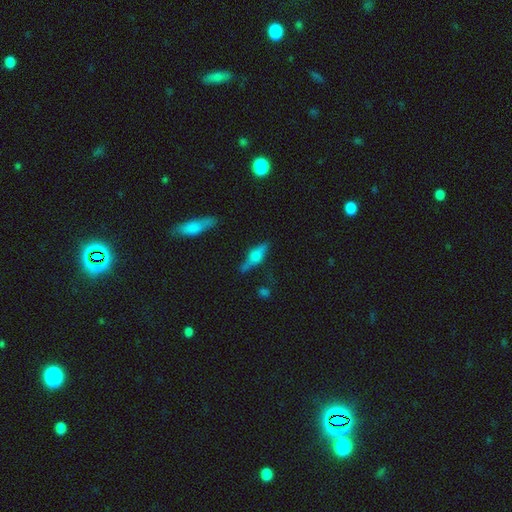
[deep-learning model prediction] featured or disk 62%, smooth 30%, star or artifact 8%. Down the decision tree: edge-on disk — yes (94%); edge-on bulge — rounded (90%); merging — none (80%).